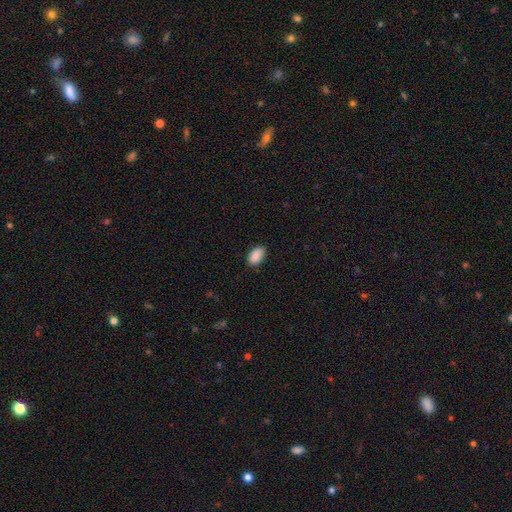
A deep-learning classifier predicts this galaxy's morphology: A smooth galaxy with no disk features (89%) that is in between round and cigar-shaped (93%). Merging: none (81%).